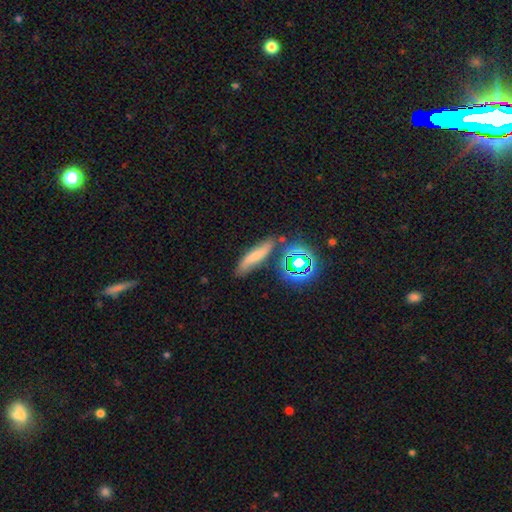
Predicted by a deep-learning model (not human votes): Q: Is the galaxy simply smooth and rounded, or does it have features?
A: smooth — 54%.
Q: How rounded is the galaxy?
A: cigar-shaped — 66%.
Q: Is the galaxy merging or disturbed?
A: none — 74%.